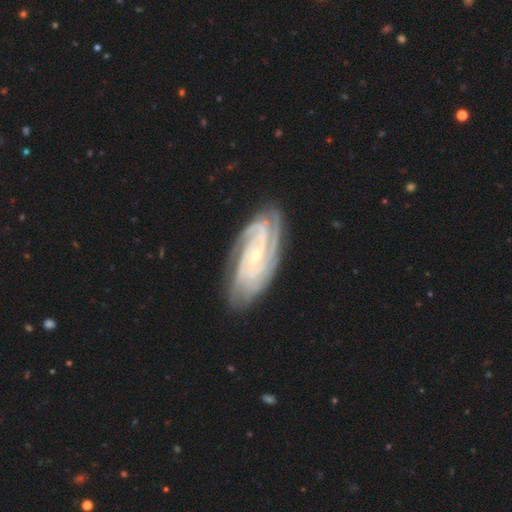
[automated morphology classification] A featured or disk galaxy (89%) with no bar (54%), 3 (30%) tight (73%) spiral arms (98%) and a small central bulge (79%). Merging: none (78%).